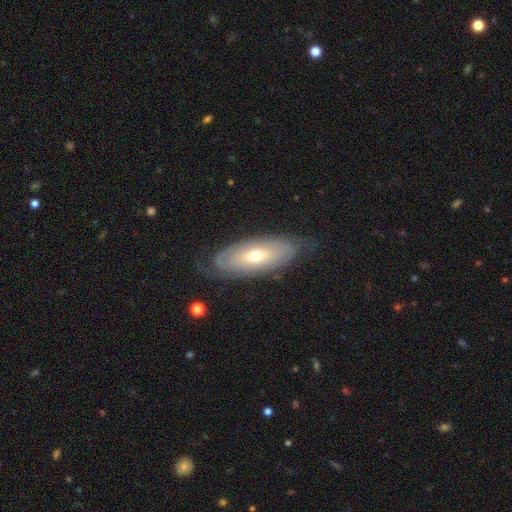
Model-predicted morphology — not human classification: Q: Smooth or featured?
A: featured or disk (62%); runner-up: smooth (32%)
Q: Edge-on disk?
A: no (83%); runner-up: yes (17%)
Q: Bar?
A: no (74%); runner-up: weak (19%)
Q: Spiral arms?
A: yes (68%); runner-up: no (32%)
Q: Bulge size?
A: moderate (50%); runner-up: small (45%)
Q: Merging?
A: none (70%); runner-up: minor disturbance (19%)